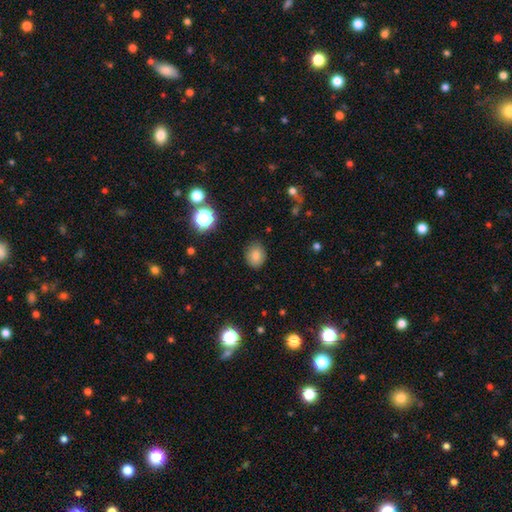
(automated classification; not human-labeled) Smooth or featured?
  - smooth: 81% *
  - star or artifact: 12%
  - featured or disk: 7%
How rounded?
  - round: 50% * (tied)
  - in between: 50% * (tied)
  - cigar-shaped: 1%
Merging?
  - none: 84% *
  - minor disturbance: 12%
  - major disturbance: 3%
  - merger: 1%